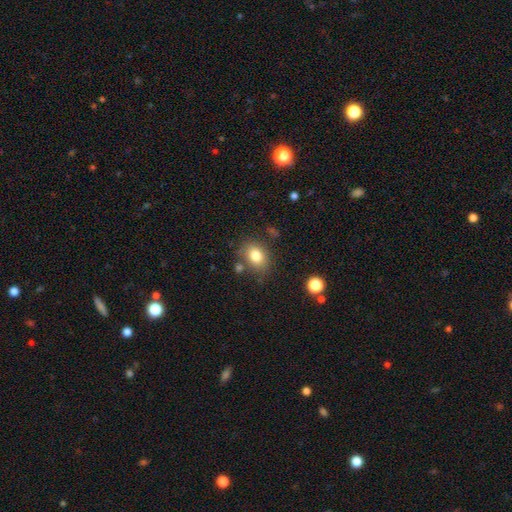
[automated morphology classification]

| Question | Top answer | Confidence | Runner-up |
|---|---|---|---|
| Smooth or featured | smooth | 80% | star or artifact (10%) |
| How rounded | in between | 59% | round (40%) |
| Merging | none | 74% | minor disturbance (15%) |